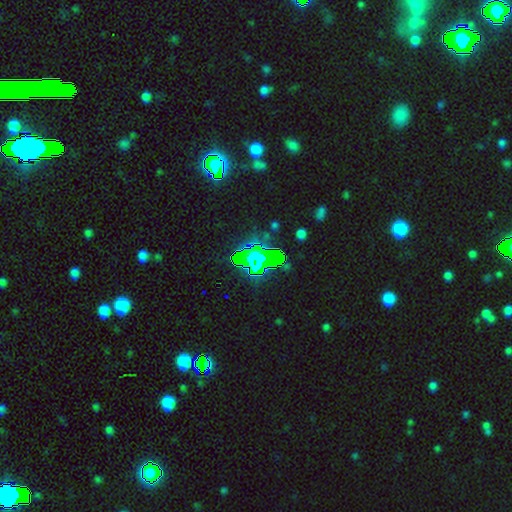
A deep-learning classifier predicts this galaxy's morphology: This appears to be a star or artifact, not a galaxy (67%).